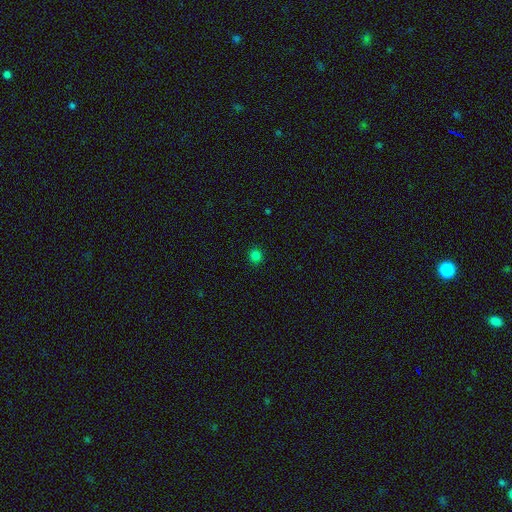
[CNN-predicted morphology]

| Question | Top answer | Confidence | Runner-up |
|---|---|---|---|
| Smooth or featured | smooth | 81% | star or artifact (16%) |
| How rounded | round | 91% | in between (8%) |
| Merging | none | 92% | minor disturbance (5%) |